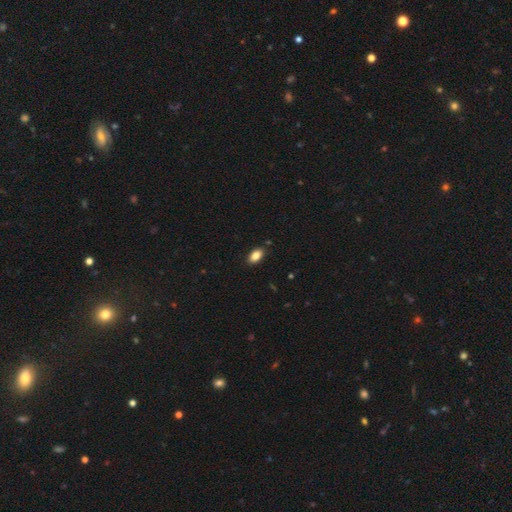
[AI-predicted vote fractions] This is clearly a smooth galaxy (85%). How rounded: clearly in between (91%). Merging: clearly none (88%).